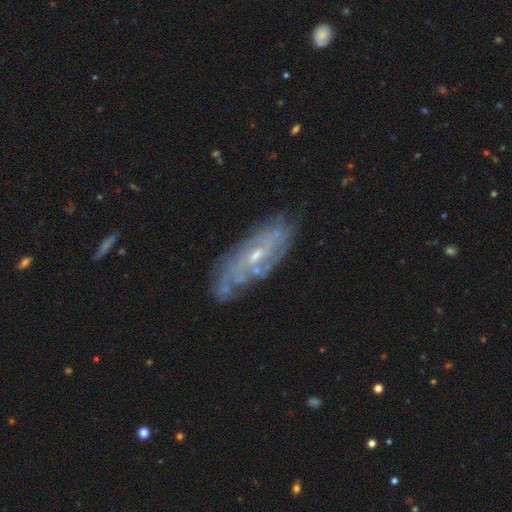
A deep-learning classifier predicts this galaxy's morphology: Overall: featured or disk (79%). Edge-on disk: no (86%). Bar: no (50%; weak 41%). Spiral arms: yes (86%). Spiral arm count: can't tell (52%; 2 18%). Spiral winding: tight (56%; medium 32%). Bulge size: small (59%; moderate 36%). Merging: none (72%).